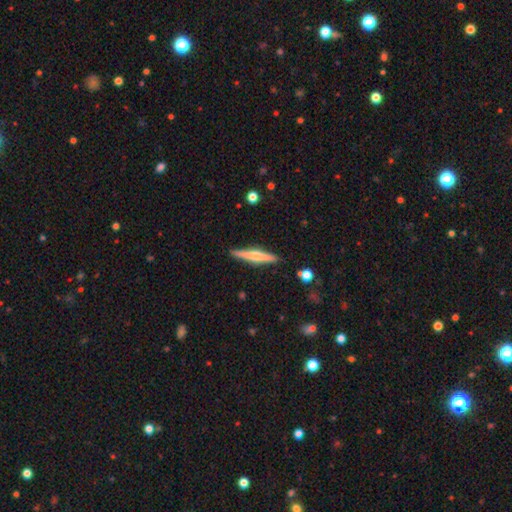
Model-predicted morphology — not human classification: Overall: featured or disk (57%; smooth 37%). Edge-on disk: yes (97%). Edge-on bulge: rounded (81%). Merging: none (88%).